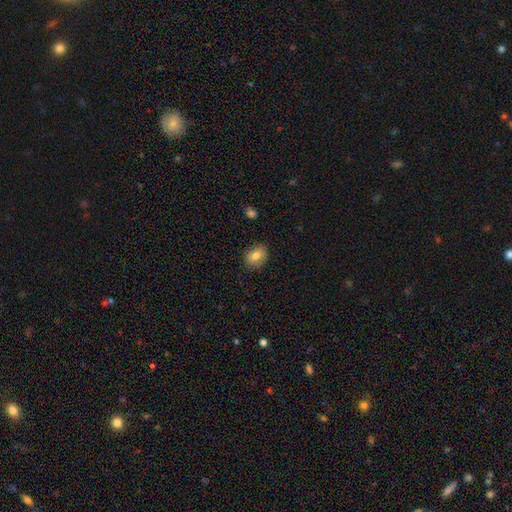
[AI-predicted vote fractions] smooth-or-featured: smooth: 80% | featured or disk: 12% | star or artifact: 8%
  how-rounded: in between: 67% | round: 32% | cigar-shaped: 2%
  merging: none: 82% | minor disturbance: 14% | major disturbance: 3% | merger: 1%